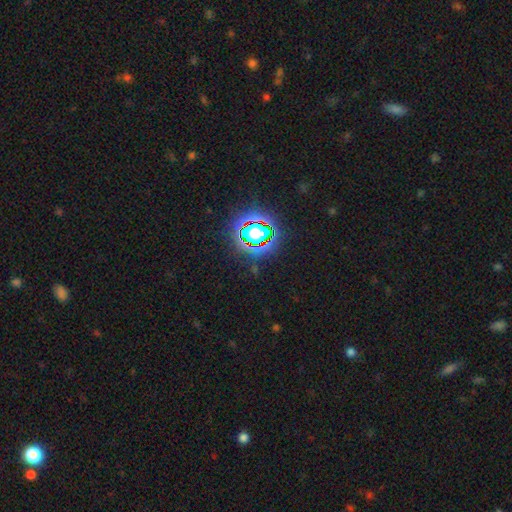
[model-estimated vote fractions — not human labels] Morphology: type=star or artifact (82%).